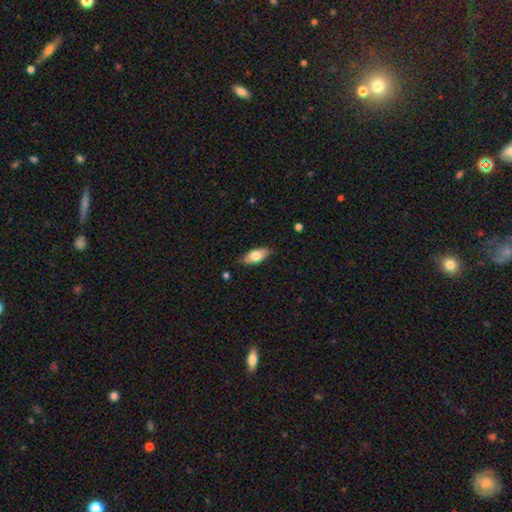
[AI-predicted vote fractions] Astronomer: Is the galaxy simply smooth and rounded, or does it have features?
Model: smooth — 72%.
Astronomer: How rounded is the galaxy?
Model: in between — 85%.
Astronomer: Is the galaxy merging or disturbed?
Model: none — 83%.